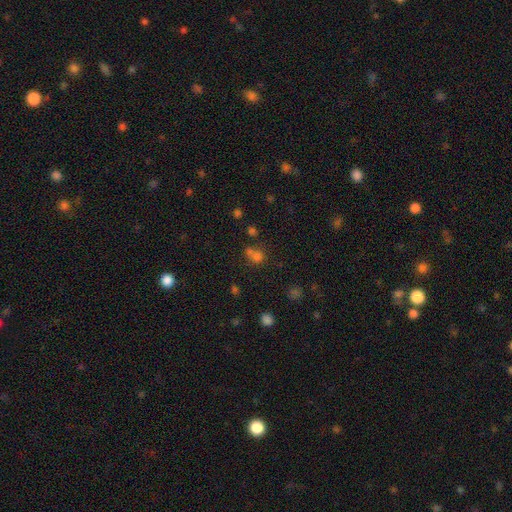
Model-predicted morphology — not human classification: smooth 71%, star or artifact 21%, featured or disk 9%. Down the decision tree: how rounded — round (72%); merging — merger (42%, tied with none).